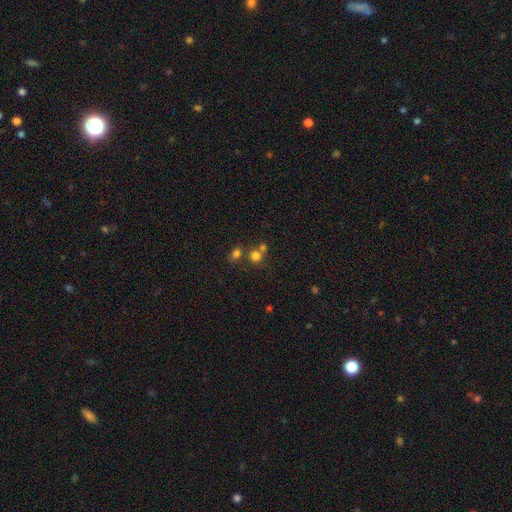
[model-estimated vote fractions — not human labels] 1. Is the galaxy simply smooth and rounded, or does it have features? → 74% smooth, 17% star or artifact, 8% featured or disk.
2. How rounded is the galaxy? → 80% round, 19% in between, 1% cigar-shaped.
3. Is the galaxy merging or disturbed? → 55% none, 31% merger, 9% minor disturbance, 4% major disturbance.